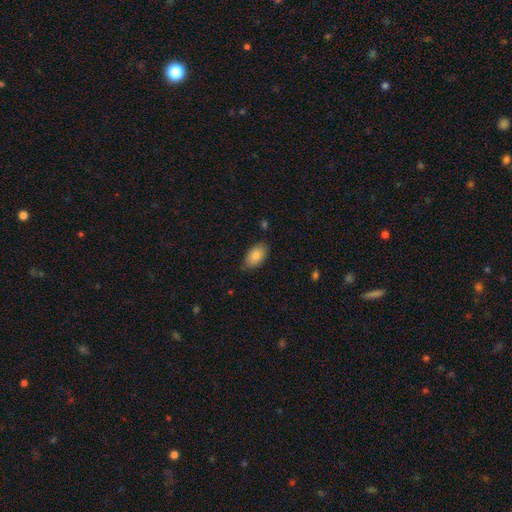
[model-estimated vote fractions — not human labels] Smooth or featured?
  - smooth: 84% *
  - featured or disk: 9%
  - star or artifact: 7%
How rounded?
  - in between: 94% *
  - round: 5%
  - cigar-shaped: 2%
Merging?
  - none: 81% *
  - minor disturbance: 15%
  - major disturbance: 3%
  - merger: 1%